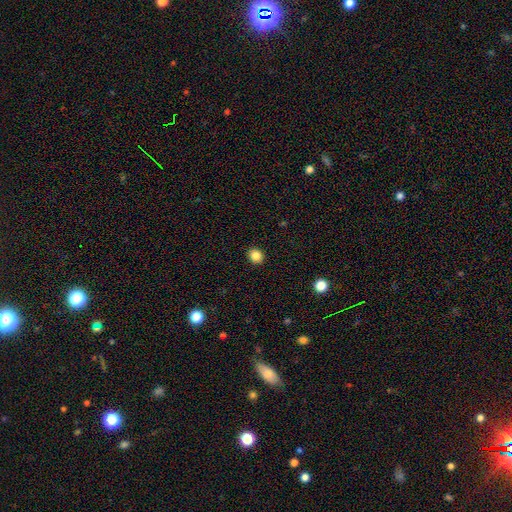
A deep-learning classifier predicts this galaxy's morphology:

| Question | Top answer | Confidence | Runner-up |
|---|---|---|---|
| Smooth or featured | smooth | 85% | star or artifact (11%) |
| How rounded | round | 78% | in between (21%) |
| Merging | none | 92% | minor disturbance (5%) |